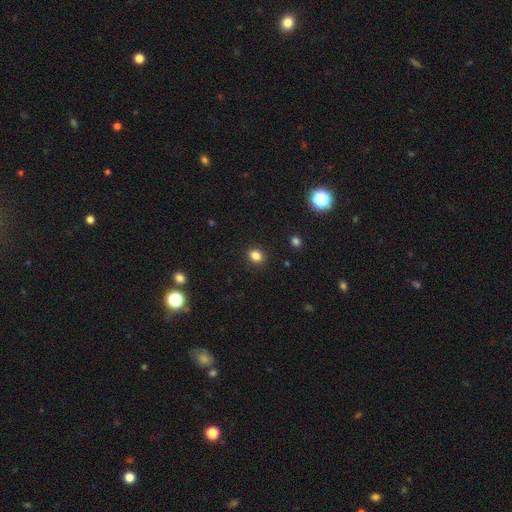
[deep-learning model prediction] Smooth or featured? smooth (84%)
How rounded? in between (50%)
Merging? none (89%)